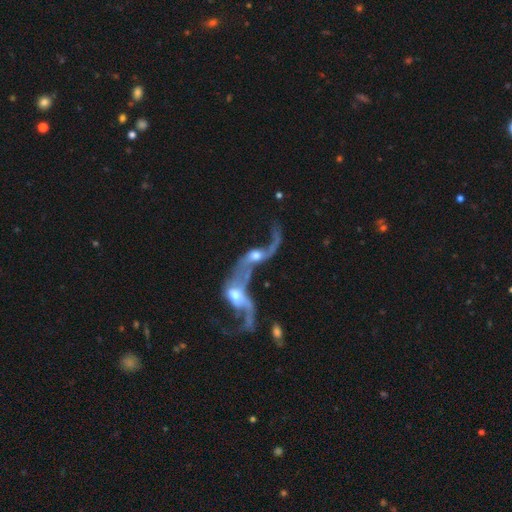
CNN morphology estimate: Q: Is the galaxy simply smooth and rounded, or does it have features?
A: featured or disk — 76%.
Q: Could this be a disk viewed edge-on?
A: no — 92%.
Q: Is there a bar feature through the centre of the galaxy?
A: no — 59%.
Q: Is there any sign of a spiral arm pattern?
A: yes — 78%.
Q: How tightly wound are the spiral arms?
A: loose — 89%.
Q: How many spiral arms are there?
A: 2 — 70%.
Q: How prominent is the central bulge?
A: moderate — 57%.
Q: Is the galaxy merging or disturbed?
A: merger — 79%.